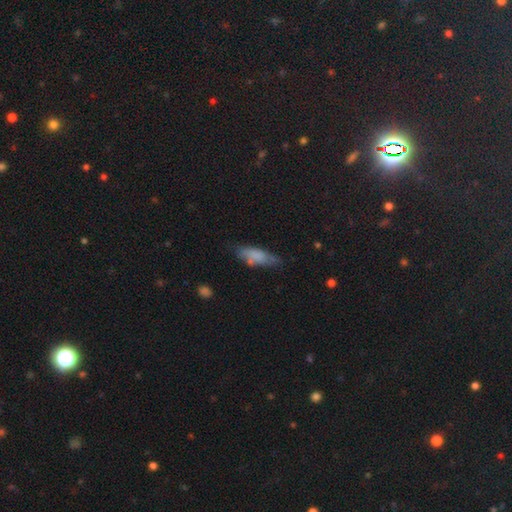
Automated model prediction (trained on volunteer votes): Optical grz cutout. It shows a smooth galaxy with no disk features (75%) that is in between round and cigar-shaped (65%). Merging: none (58%).